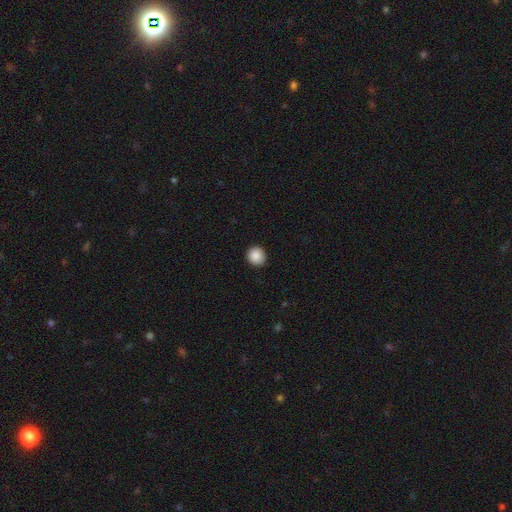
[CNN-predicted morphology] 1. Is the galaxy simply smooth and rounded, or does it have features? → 89% smooth, 9% star or artifact, 3% featured or disk.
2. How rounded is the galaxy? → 92% round, 7% in between, 1% cigar-shaped.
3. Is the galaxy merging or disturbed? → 92% none, 5% minor disturbance, 2% major disturbance, 1% merger.